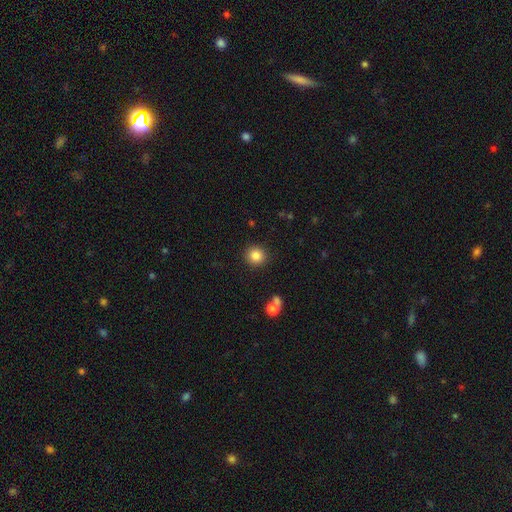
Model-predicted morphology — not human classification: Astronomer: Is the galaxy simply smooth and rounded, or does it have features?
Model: smooth — 84%.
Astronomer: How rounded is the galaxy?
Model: round — 92%.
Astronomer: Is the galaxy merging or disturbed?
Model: none — 90%.